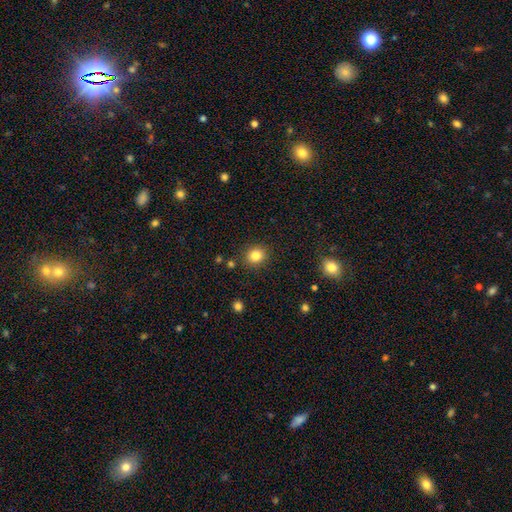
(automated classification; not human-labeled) smooth-or-featured: smooth: 83% | star or artifact: 11% | featured or disk: 6%
  how-rounded: round: 81% | in between: 19% | cigar-shaped: 1%
  merging: none: 88% | minor disturbance: 8% | major disturbance: 3% | merger: 2%